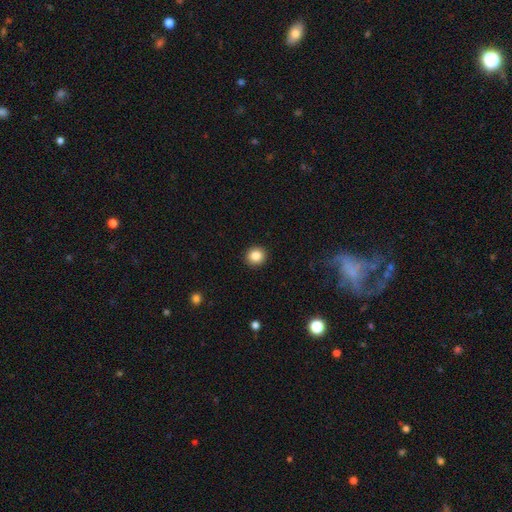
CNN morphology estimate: Smooth or featured? Predicted: smooth (p=0.86). How rounded? Predicted: round (p=0.91). Merging? Predicted: none (p=0.92).